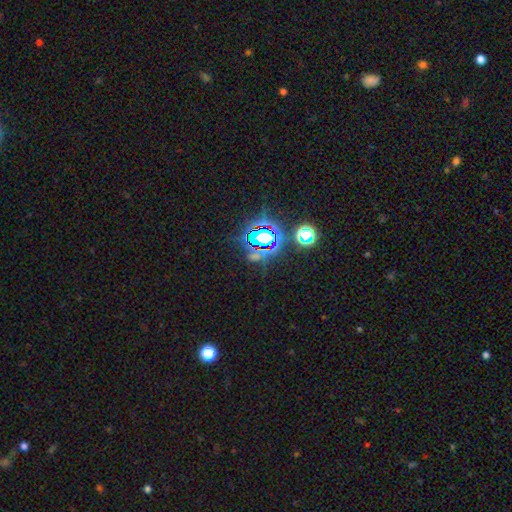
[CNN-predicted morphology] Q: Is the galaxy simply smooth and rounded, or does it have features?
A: star or artifact — 71%.